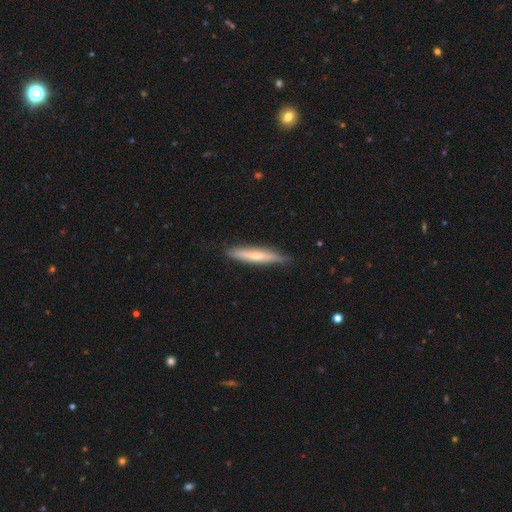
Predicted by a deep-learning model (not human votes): A smooth galaxy with no disk features (58%) that is cigar-shaped (90%).

Vote fractions:
- Smooth or featured? smooth: 58% / featured or disk: 37% / star or artifact: 6%
- How rounded? cigar-shaped: 90% / in between: 9% / round: 1%
- Merging? none: 82% / minor disturbance: 14% / major disturbance: 2% / merger: 1%